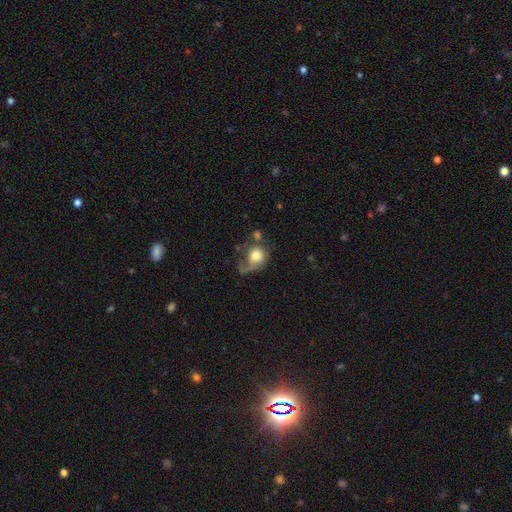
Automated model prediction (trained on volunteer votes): smooth 64%, featured or disk 28%, star or artifact 8%. Down the decision tree: how rounded — round (68%); merging — major disturbance (38%).